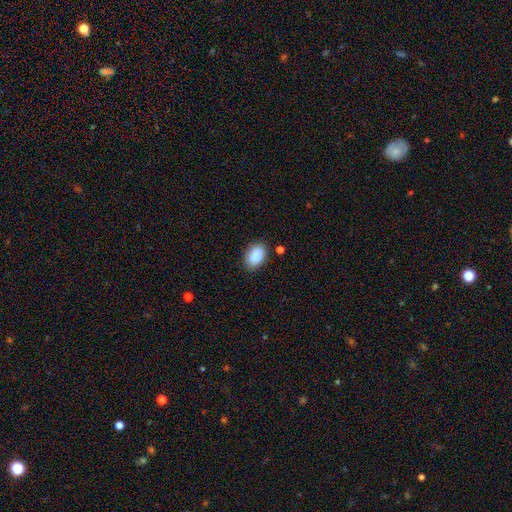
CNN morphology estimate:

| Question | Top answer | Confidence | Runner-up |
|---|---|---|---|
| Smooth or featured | smooth | 89% | star or artifact (7%) |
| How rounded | in between | 86% | round (13%) |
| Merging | none | 83% | minor disturbance (12%) |